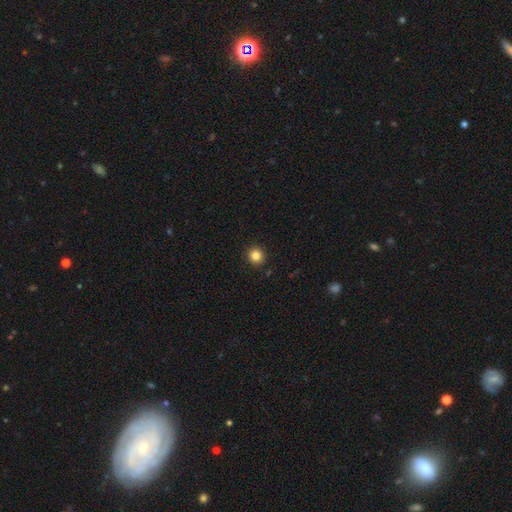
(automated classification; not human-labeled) The model was most divided on "smooth or featured": smooth: 83%, star or artifact: 12%, featured or disk: 5%. More confident: how rounded — round (93%); merging — none (93%).